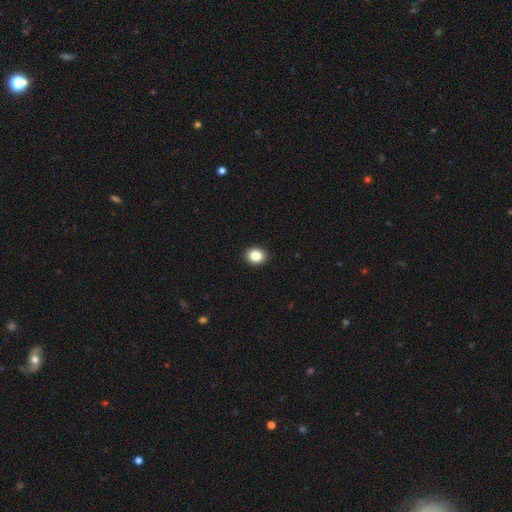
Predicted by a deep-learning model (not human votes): smooth_or_featured: smooth (p=0.85) [alt: star or artifact p=0.09]
how_rounded: round (p=0.67) [alt: in between p=0.32]
merging: none (p=0.92) [alt: minor disturbance p=0.05]